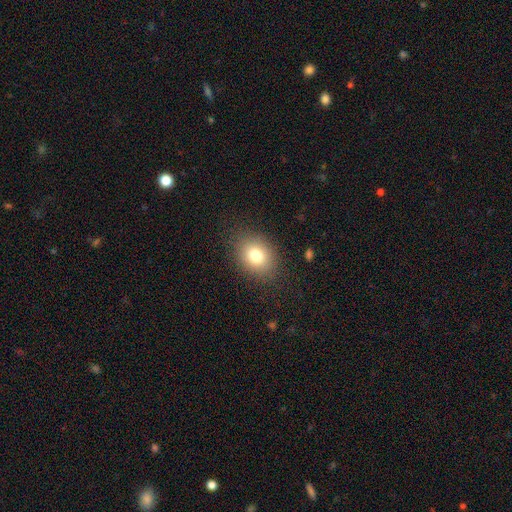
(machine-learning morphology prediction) This is likely a smooth galaxy (79%). How rounded: possibly in between (53%). Merging: clearly none (85%).